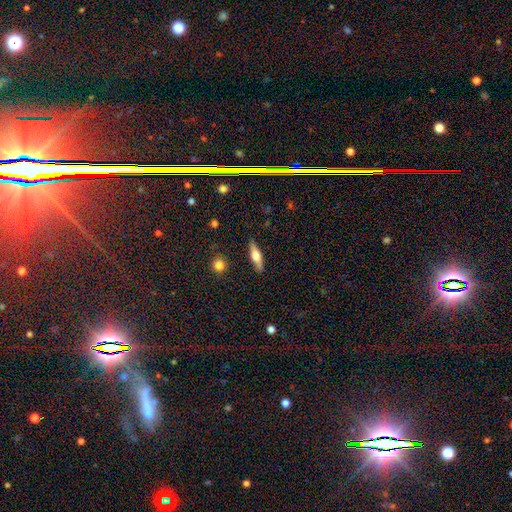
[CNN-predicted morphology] A featured or disk galaxy (49%).

Vote fractions:
- Smooth or featured? featured or disk: 49% / smooth: 45% / star or artifact: 6%
- Merging? none: 89% / minor disturbance: 8% / major disturbance: 2% / merger: 1%